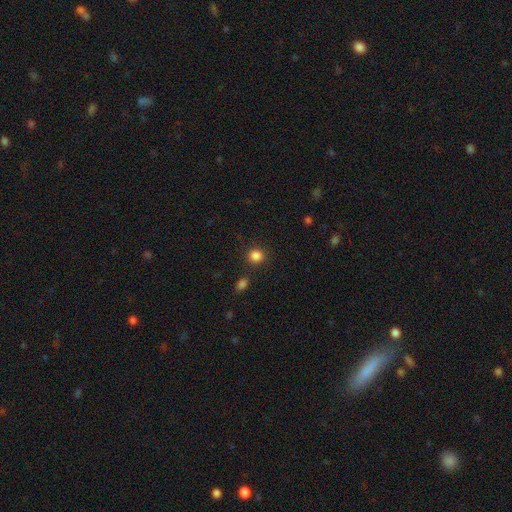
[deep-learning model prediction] Overall: smooth (84%). How rounded: round (90%). Merging: none (86%).